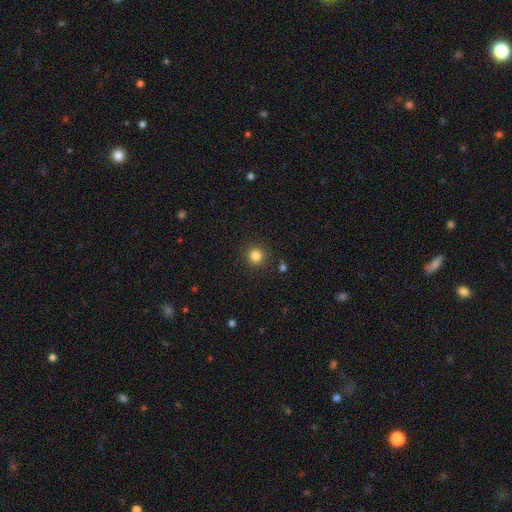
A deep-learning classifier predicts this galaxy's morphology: A smooth galaxy with no disk features (83%) that is round (94%). Merging: none (90%).